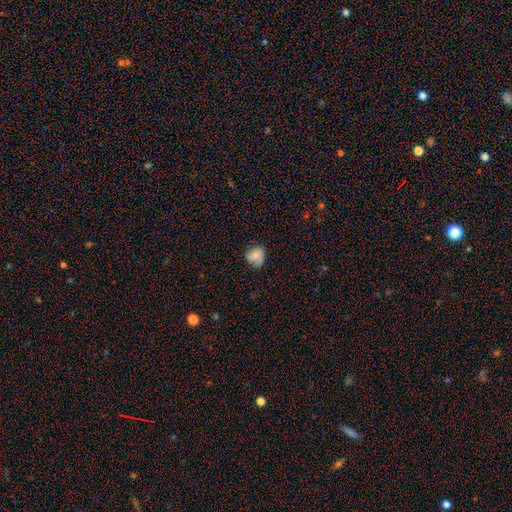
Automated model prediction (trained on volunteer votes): A smooth galaxy with no disk features (67%) that is round (66%).

Vote fractions:
- Smooth or featured? smooth: 67% / featured or disk: 24% / star or artifact: 9%
- How rounded? round: 66% / in between: 33% / cigar-shaped: 1%
- Merging? none: 59% / minor disturbance: 30% / major disturbance: 9% / merger: 2%